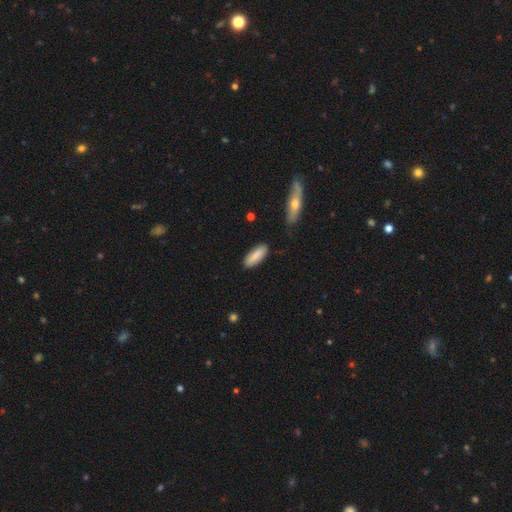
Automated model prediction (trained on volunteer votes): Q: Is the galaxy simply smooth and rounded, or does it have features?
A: smooth — 86%.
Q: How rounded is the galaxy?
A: in between — 66%.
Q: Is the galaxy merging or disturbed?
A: none — 83%.